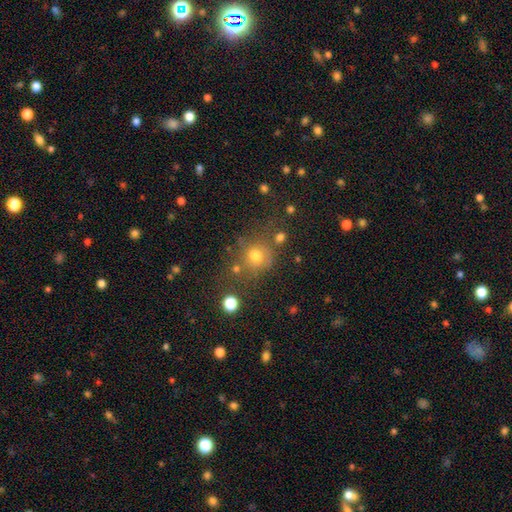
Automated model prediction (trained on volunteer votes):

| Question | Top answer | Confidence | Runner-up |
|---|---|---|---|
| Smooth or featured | smooth | 72% | star or artifact (17%) |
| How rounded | round | 85% | in between (14%) |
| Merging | none | 63% | minor disturbance (14%) |